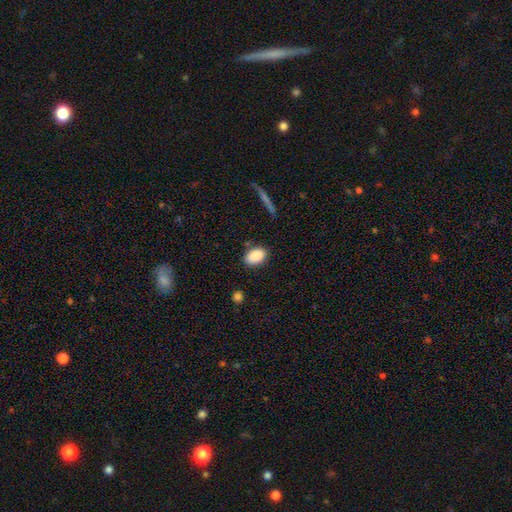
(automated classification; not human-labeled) Smooth or featured?
  - smooth: 88% *
  - star or artifact: 7%
  - featured or disk: 4%
How rounded?
  - in between: 89% *
  - round: 10%
  - cigar-shaped: 2%
Merging?
  - none: 81% *
  - minor disturbance: 13%
  - major disturbance: 3%
  - merger: 3%